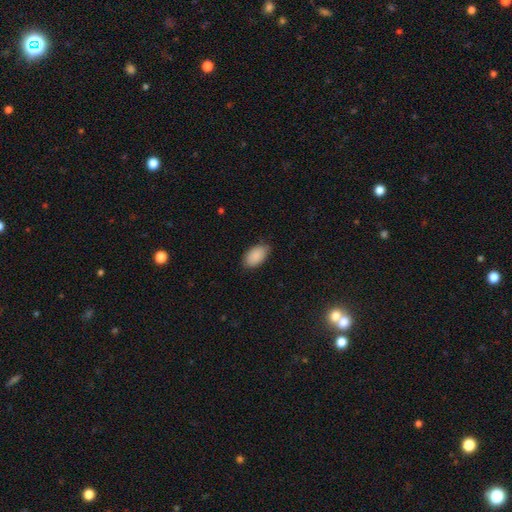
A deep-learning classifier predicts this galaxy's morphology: This appears to be a smooth galaxy with no disk features (88%) that is in between round and cigar-shaped (94%). Merging: none (77%).